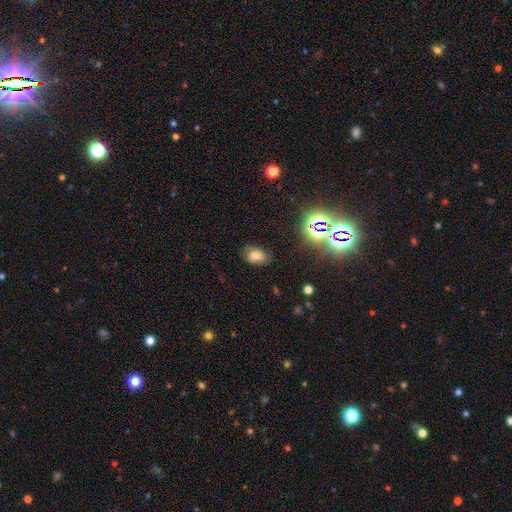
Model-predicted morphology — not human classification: Q: Smooth or featured?
A: smooth (69%); runner-up: star or artifact (18%)
Q: How rounded?
A: in between (84%); runner-up: round (14%)
Q: Merging?
A: none (73%); runner-up: minor disturbance (20%)